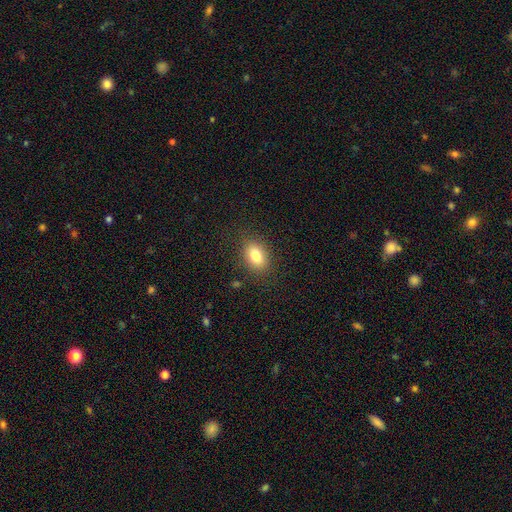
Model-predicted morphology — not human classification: smooth_or_featured: smooth (p=0.82) [alt: star or artifact p=0.09]
how_rounded: in between (p=0.80) [alt: round p=0.19]
merging: none (p=0.85) [alt: minor disturbance p=0.10]